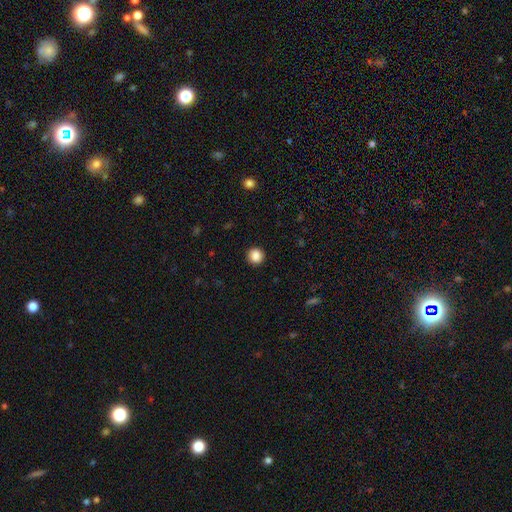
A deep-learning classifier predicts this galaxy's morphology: Smooth or featured? smooth (87%)
How rounded? round (94%)
Merging? none (92%)